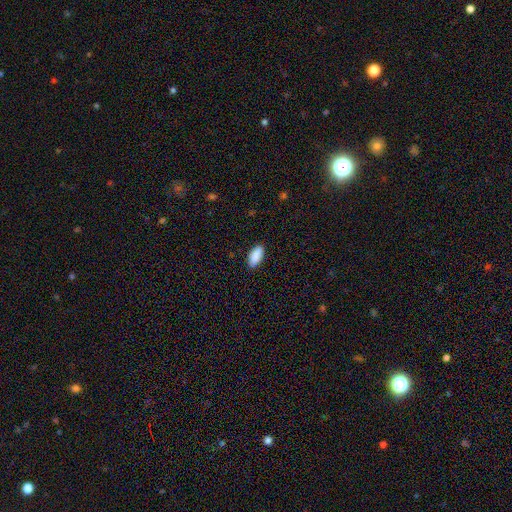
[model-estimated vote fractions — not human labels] This is clearly a smooth galaxy (91%). How rounded: clearly in between (92%). Merging: clearly none (89%).